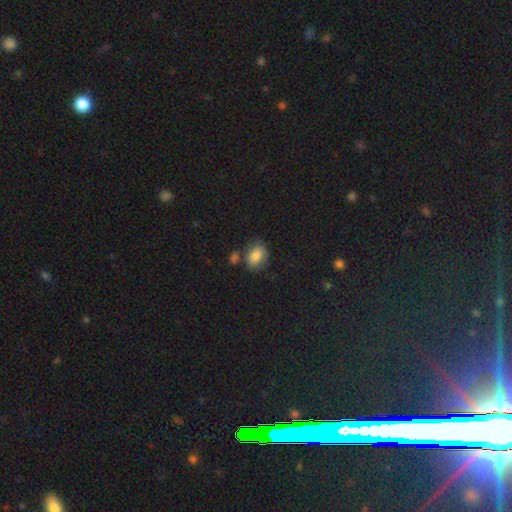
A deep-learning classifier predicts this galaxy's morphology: type=smooth (82%); roundness=in between (77%); merging=none (61%).